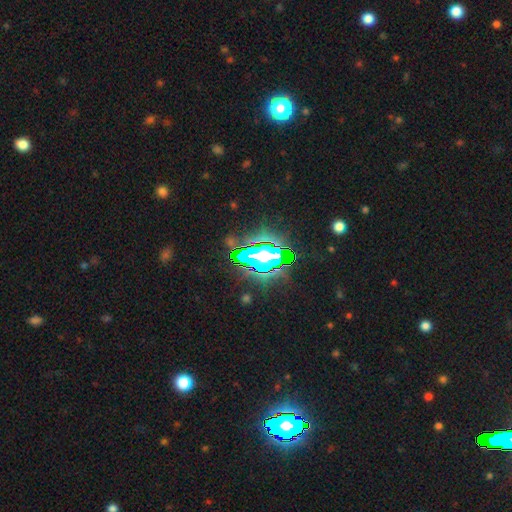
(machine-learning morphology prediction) A star or artifact, not a galaxy (75%).

Vote fractions:
- Smooth or featured? star or artifact: 75% / smooth: 13% / featured or disk: 12%